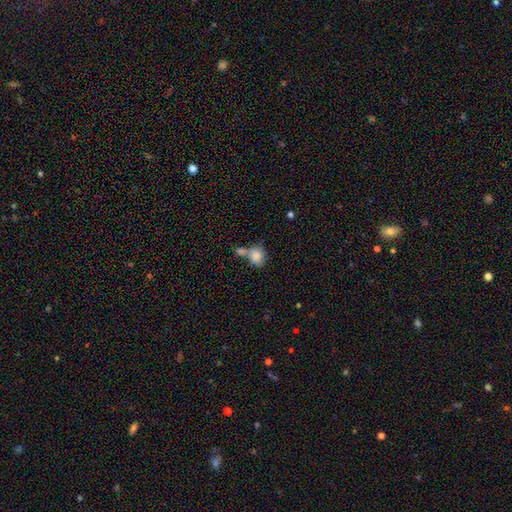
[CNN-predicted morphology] smooth 82%, featured or disk 10%, star or artifact 8%. Down the decision tree: how rounded — in between (50%); merging — merger (50%).